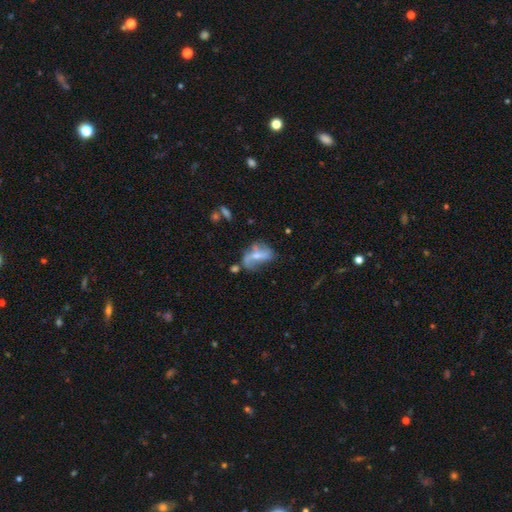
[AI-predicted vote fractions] A featured or disk galaxy (52%).

Vote fractions:
- Smooth or featured? featured or disk: 52% / smooth: 35% / star or artifact: 12%
- Edge-on disk? no: 91% / yes: 9%
- Merging? none: 36% / major disturbance: 25% / minor disturbance: 25% / merger: 14%